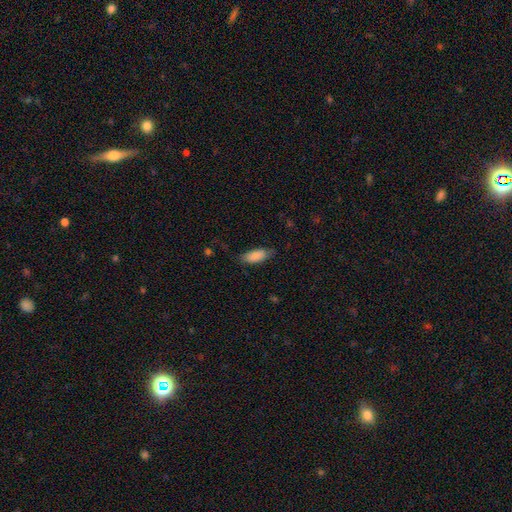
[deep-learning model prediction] A smooth galaxy with no disk features (88%) that is in between round and cigar-shaped (82%).

Vote fractions:
- Smooth or featured? smooth: 88% / star or artifact: 6% / featured or disk: 6%
- How rounded? in between: 82% / cigar-shaped: 17% / round: 2%
- Merging? none: 74% / minor disturbance: 20% / major disturbance: 5% / merger: 1%